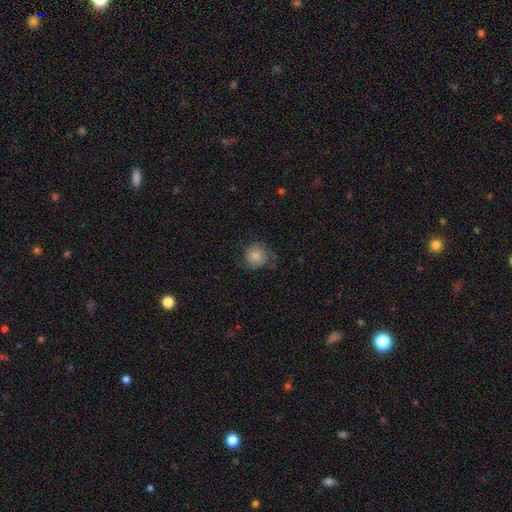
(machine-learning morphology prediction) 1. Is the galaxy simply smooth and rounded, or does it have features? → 58% smooth, 34% featured or disk, 8% star or artifact.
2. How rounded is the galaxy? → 84% round, 15% in between, 1% cigar-shaped.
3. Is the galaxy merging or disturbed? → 57% none, 26% minor disturbance, 16% major disturbance, 1% merger.